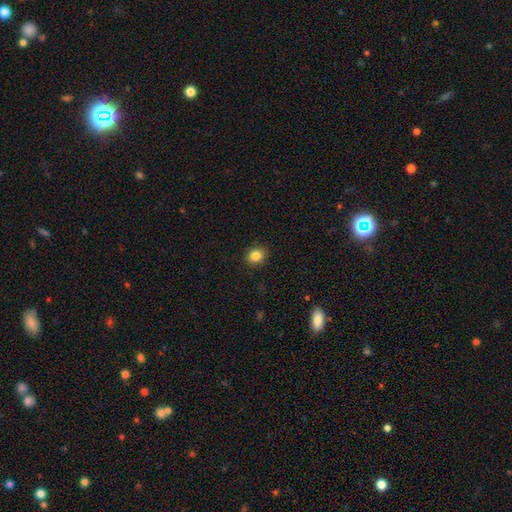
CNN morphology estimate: A smooth galaxy with no disk features (85%) that is round (67%). Merging: none (90%).